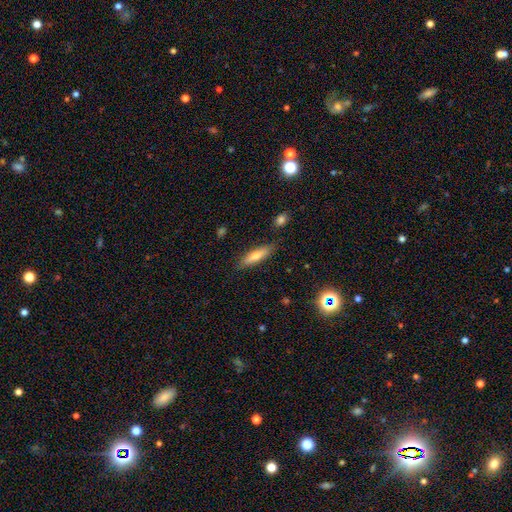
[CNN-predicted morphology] This appears to be a smooth galaxy with no disk features (65%) that is cigar-shaped (71%). Merging: none (85%).